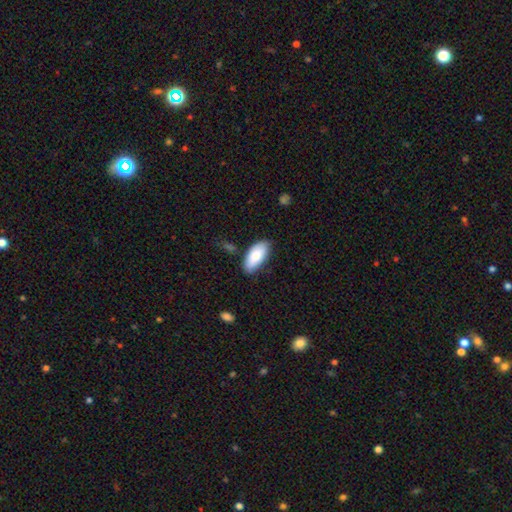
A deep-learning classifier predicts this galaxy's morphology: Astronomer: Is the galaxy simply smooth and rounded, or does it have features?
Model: smooth — 81%.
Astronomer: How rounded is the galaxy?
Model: in between — 91%.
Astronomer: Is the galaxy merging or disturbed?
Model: none — 77%.